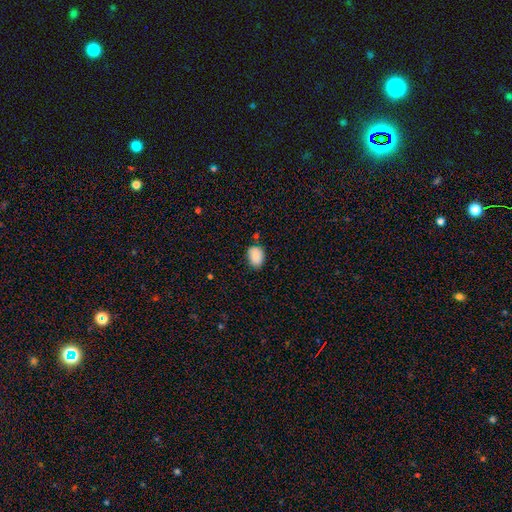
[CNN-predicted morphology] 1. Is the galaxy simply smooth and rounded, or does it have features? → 89% smooth, 8% star or artifact, 3% featured or disk.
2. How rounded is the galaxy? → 76% in between, 23% round, 1% cigar-shaped.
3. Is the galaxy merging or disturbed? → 75% none, 19% minor disturbance, 3% major disturbance, 3% merger.